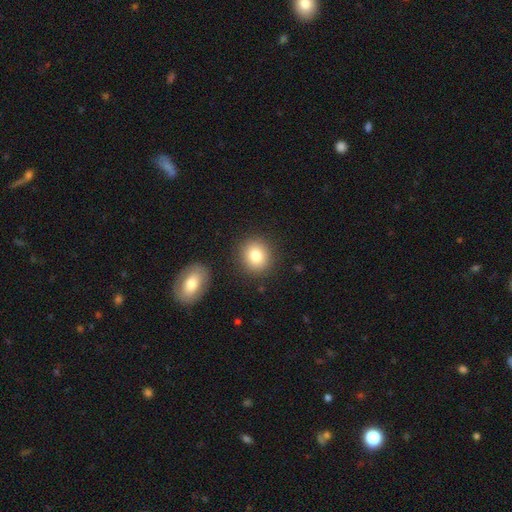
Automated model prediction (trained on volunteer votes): Overall: smooth (80%). How rounded: round (81%). Merging: none (86%).